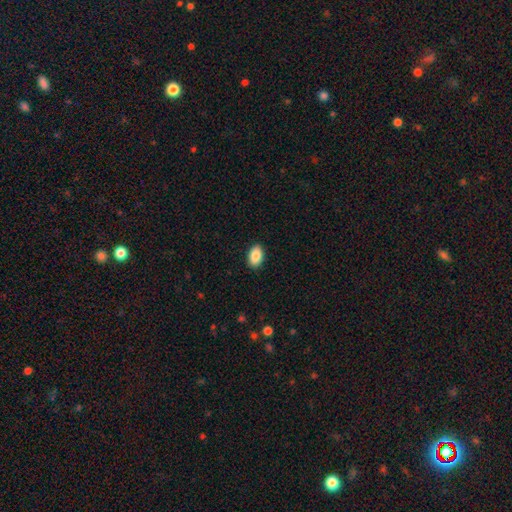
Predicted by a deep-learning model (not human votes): smooth 88%, star or artifact 7%, featured or disk 5%. Down the decision tree: how rounded — in between (90%); merging — none (90%).